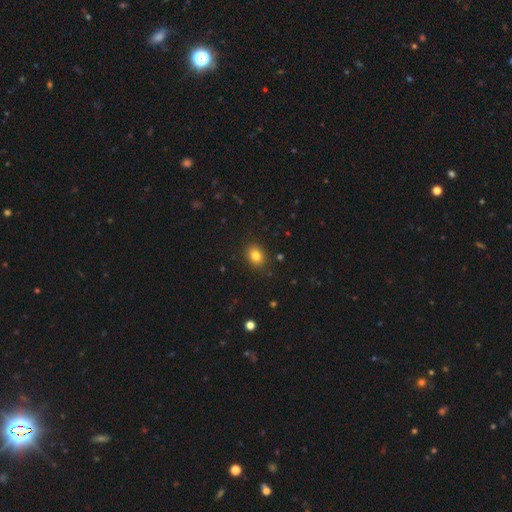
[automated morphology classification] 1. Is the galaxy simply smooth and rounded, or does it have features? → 82% smooth, 11% star or artifact, 7% featured or disk.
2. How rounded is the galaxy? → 59% in between, 41% round, 1% cigar-shaped.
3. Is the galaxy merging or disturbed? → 89% none, 8% minor disturbance, 2% major disturbance, 1% merger.